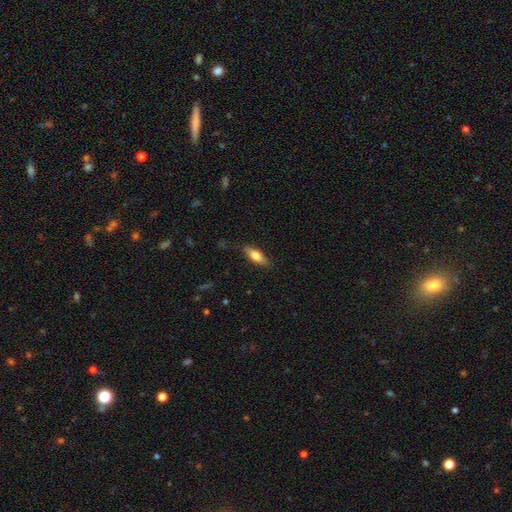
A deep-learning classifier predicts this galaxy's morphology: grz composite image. It shows a smooth galaxy with no disk features (71%) that is in between round and cigar-shaped (63%). Merging: none (79%).